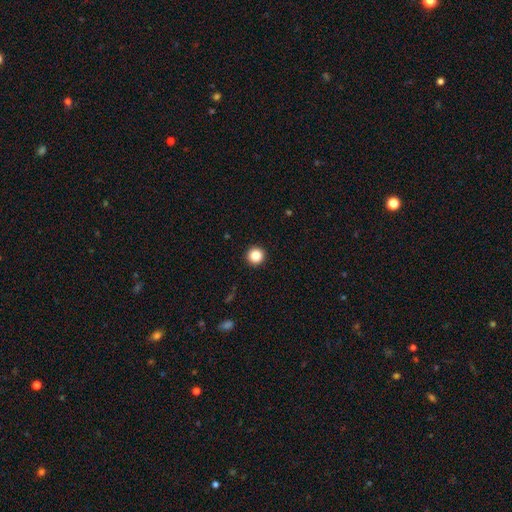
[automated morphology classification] Smooth or featured? Predicted: smooth (p=0.86). How rounded? Predicted: round (p=0.96). Merging? Predicted: none (p=0.94).